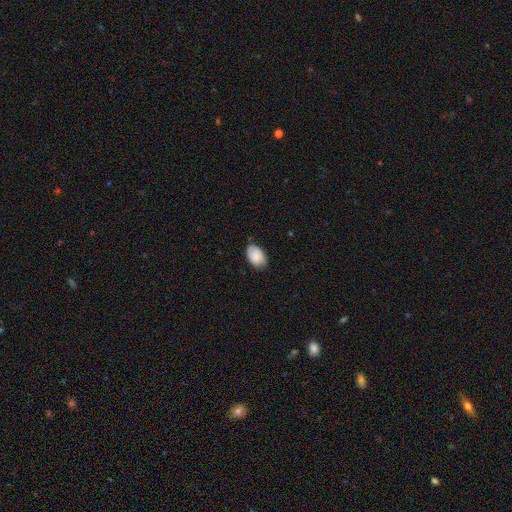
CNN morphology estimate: The model was most divided on "merging": none: 72%, minor disturbance: 24%, major disturbance: 4%, merger: 1%. More confident: how rounded — in between (90%); smooth or featured — smooth (82%).